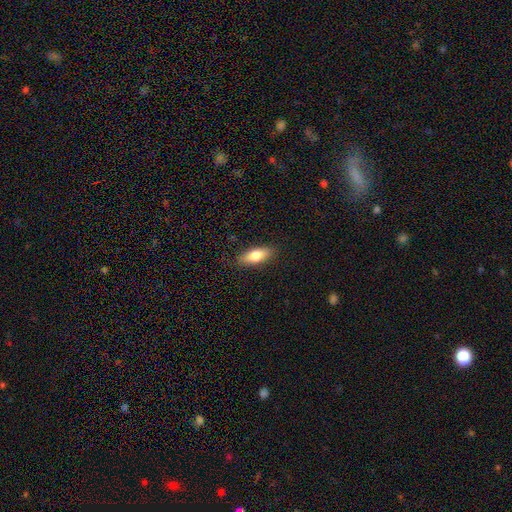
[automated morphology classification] A smooth galaxy with no disk features (77%) that is in between round and cigar-shaped (72%). Merging: none (88%).